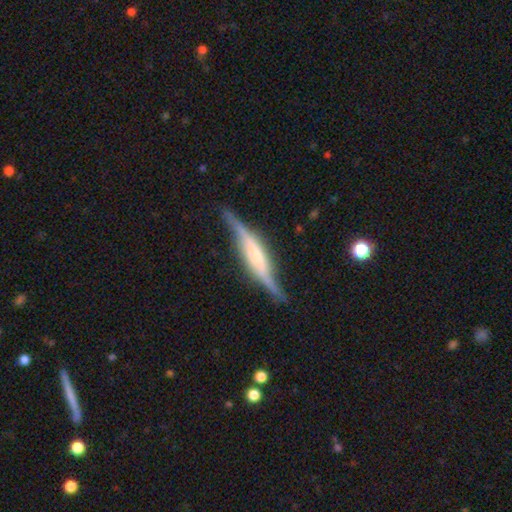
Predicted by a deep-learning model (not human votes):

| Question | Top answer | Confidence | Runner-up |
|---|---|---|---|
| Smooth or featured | featured or disk | 77% | smooth (18%) |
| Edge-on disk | yes | 87% | no (13%) |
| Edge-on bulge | boxy | 47% | rounded (37%) |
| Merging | none | 71% | minor disturbance (21%) |